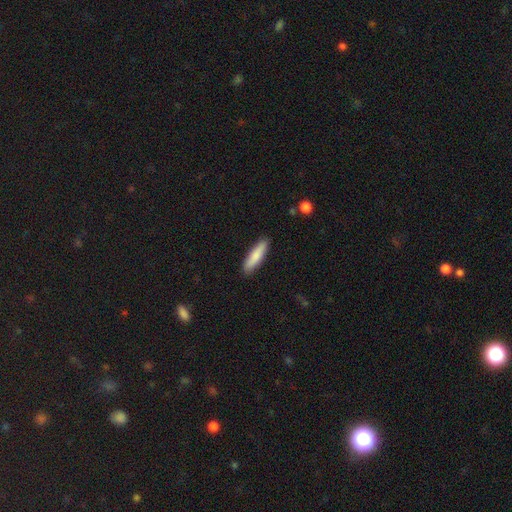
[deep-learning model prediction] Morphology: type=smooth (80%); roundness=cigar-shaped (73%); merging=none (89%).